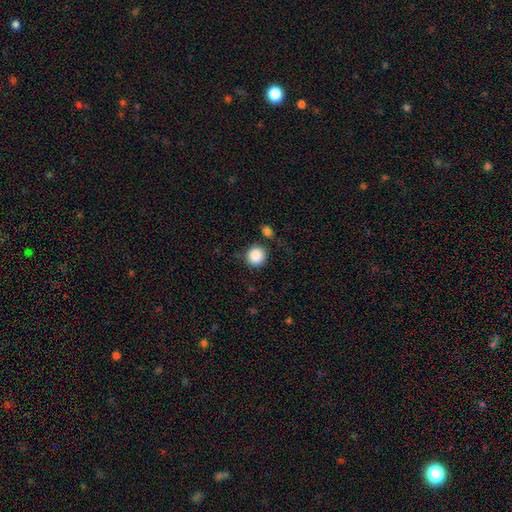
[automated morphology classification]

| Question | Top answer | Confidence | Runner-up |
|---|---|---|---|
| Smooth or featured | smooth | 88% | star or artifact (8%) |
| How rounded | round | 93% | in between (6%) |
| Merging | none | 78% | minor disturbance (12%) |